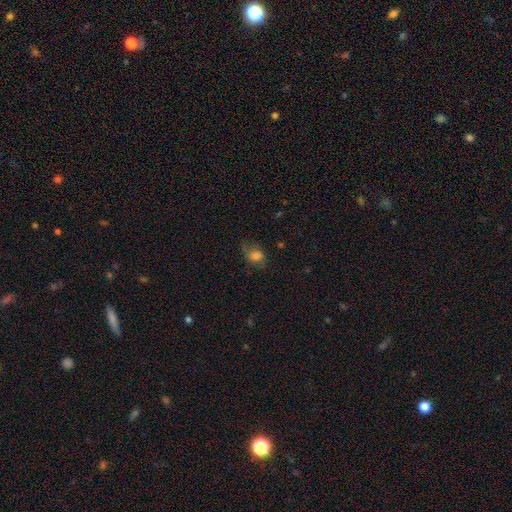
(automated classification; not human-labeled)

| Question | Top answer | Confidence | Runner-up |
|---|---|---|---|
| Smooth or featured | smooth | 71% | featured or disk (17%) |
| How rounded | in between | 52% | round (46%) |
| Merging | none | 53% | minor disturbance (28%) |